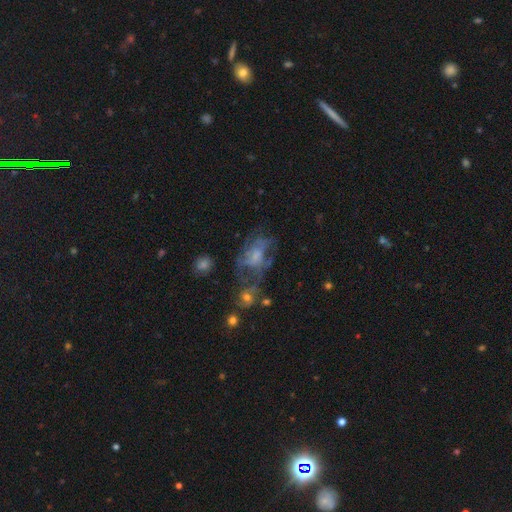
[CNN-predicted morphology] A featured or disk galaxy (58%) with no bar (72%), spiral arms (51%) and no central bulge (34%). Merging: major disturbance (35%).